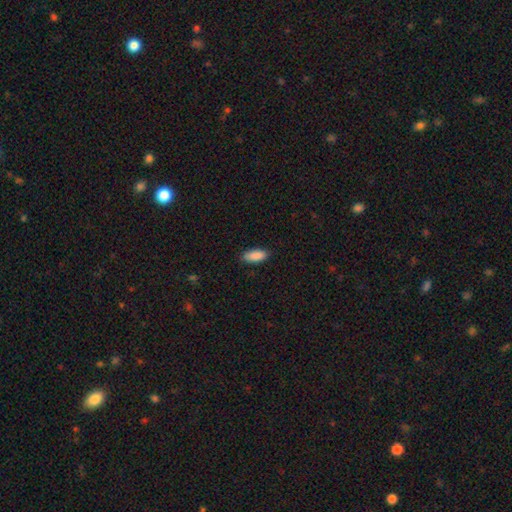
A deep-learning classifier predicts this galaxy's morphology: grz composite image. It shows a smooth galaxy with no disk features (90%) that is in between round and cigar-shaped (84%). Merging: none (88%).